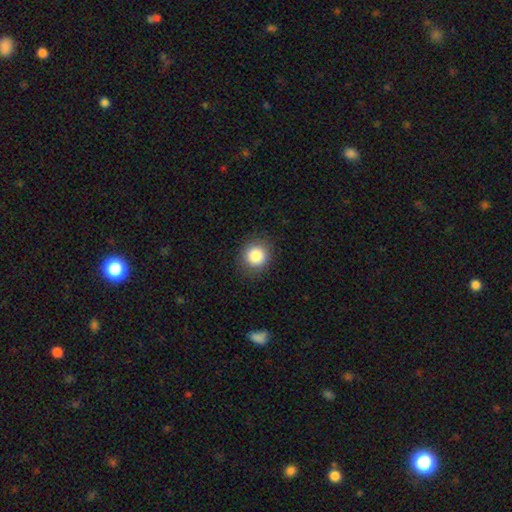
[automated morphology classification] Smooth or featured?
  - smooth: 85% *
  - star or artifact: 10%
  - featured or disk: 5%
How rounded?
  - round: 88% *
  - in between: 11%
  - cigar-shaped: 1%
Merging?
  - none: 89% *
  - minor disturbance: 8%
  - major disturbance: 2%
  - merger: 1%